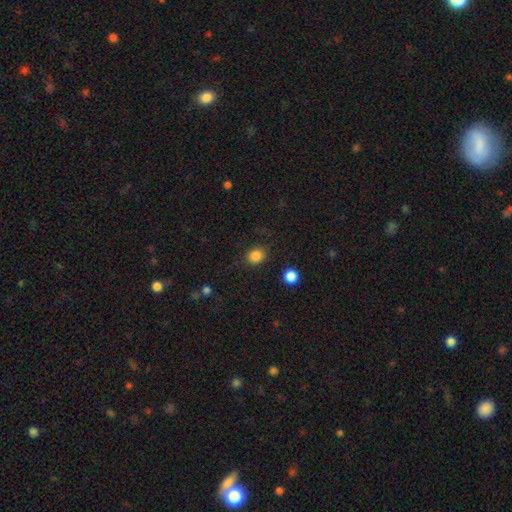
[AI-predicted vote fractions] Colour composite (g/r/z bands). It shows a smooth galaxy with no disk features (84%) that is round (74%). Merging: none (84%).